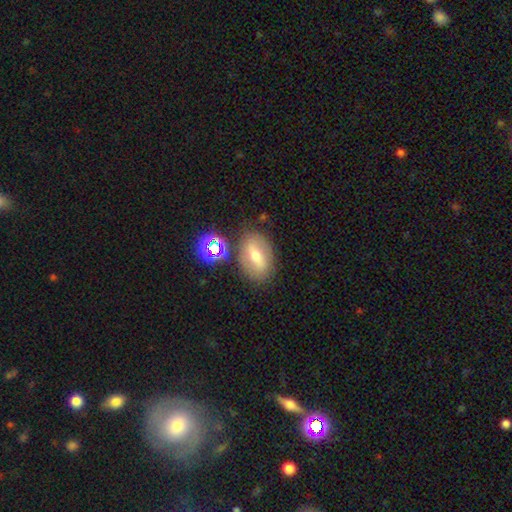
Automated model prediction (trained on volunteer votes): smooth-or-featured: smooth: 43% (tied) | featured or disk: 43% (tied) | star or artifact: 14%
  merging: none: 76% | minor disturbance: 13% | merger: 7% | major disturbance: 4%